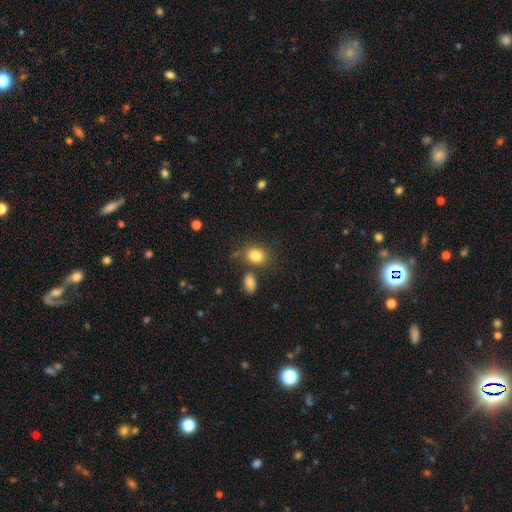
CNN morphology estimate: A smooth galaxy with no disk features (83%) that is round (50%). Merging: none (69%).